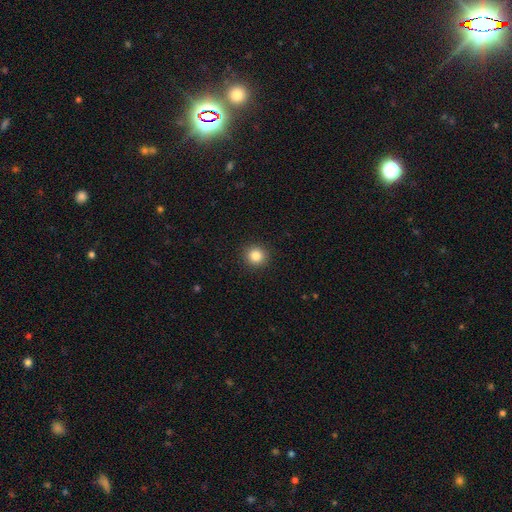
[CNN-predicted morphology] smooth-or-featured: smooth: 84% | star or artifact: 11% | featured or disk: 5%
  how-rounded: round: 93% | in between: 6% | cigar-shaped: 1%
  merging: none: 92% | minor disturbance: 5% | major disturbance: 2% | merger: 1%